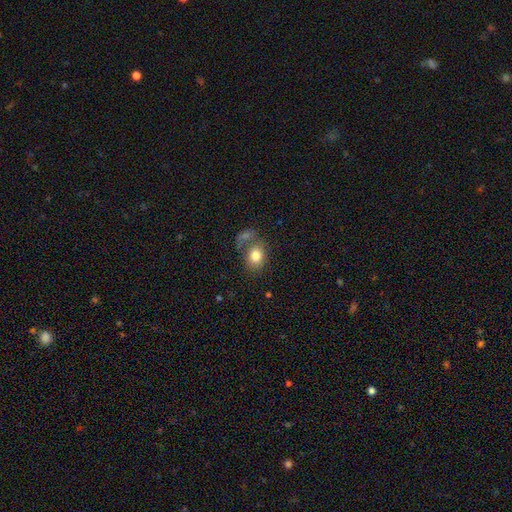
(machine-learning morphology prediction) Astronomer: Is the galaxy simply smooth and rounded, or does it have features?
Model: smooth — 80%.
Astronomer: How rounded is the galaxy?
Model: in between — 56% (runner-up: round, 43%).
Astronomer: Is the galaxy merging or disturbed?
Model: none — 49% (runner-up: merger, 27%).